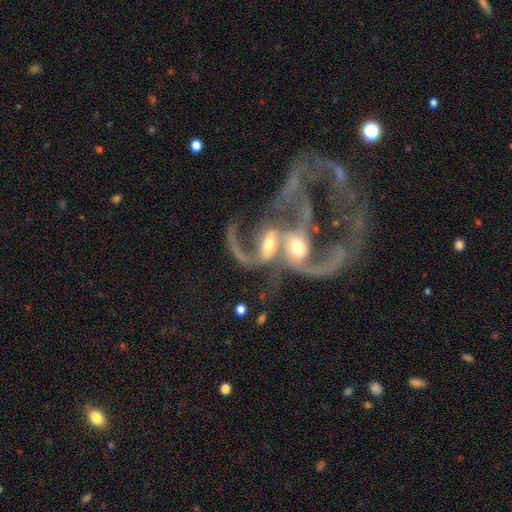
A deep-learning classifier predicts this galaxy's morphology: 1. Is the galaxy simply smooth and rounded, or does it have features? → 80% featured or disk, 11% star or artifact, 9% smooth.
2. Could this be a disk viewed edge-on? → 96% no, 4% yes.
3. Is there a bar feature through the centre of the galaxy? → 61% no, 27% weak, 13% strong.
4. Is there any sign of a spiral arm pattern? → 69% yes, 31% no.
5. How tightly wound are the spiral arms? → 61% loose, 28% medium, 12% tight.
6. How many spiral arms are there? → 42% 2, 24% can't tell, 22% 1, 6% 3, 3% 4, 3% more than 4.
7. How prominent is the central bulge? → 50% moderate, 32% small, 11% none, 6% large, 2% dominant.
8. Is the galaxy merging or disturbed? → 67% merger, 22% major disturbance, 7% none, 4% minor disturbance.